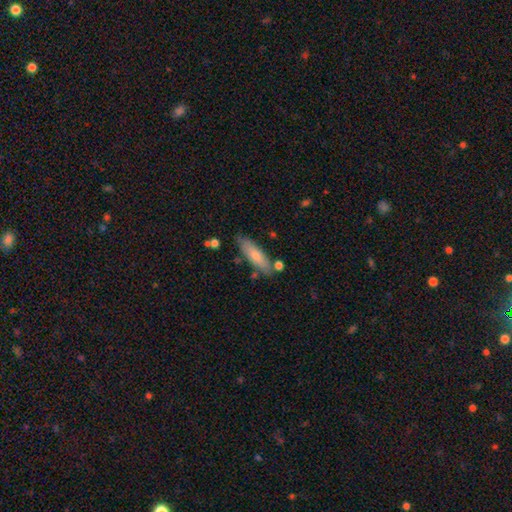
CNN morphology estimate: smooth-or-featured: smooth: 74% | featured or disk: 20% | star or artifact: 6%
  how-rounded: cigar-shaped: 62% | in between: 36% | round: 2%
  merging: none: 77% | minor disturbance: 15% | merger: 6% | major disturbance: 3%